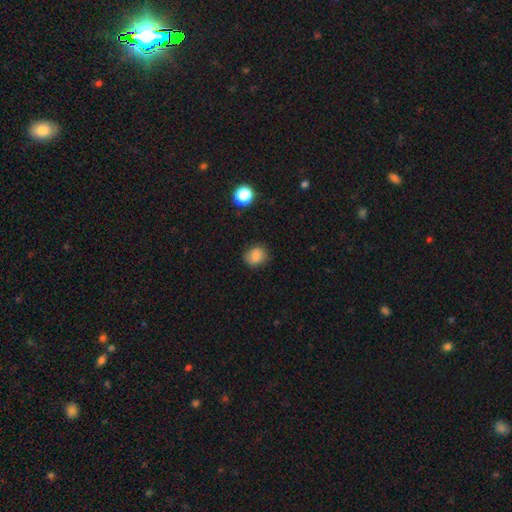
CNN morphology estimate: smooth_or_featured: smooth (p=0.84) [alt: star or artifact p=0.10]
how_rounded: round (p=0.63) [alt: in between p=0.36]
merging: none (p=0.81) [alt: minor disturbance p=0.14]